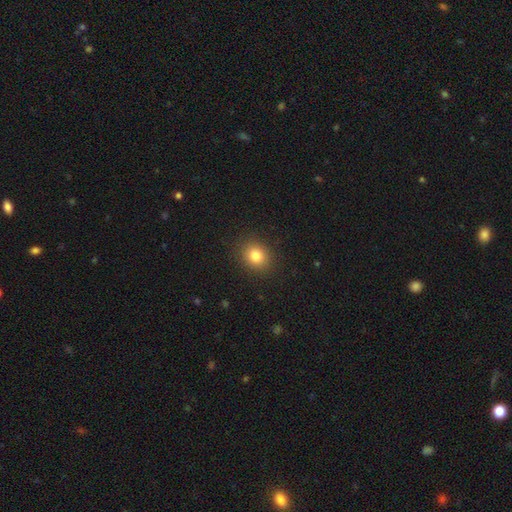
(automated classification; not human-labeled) Smooth or featured? smooth (82%)
How rounded? round (69%)
Merging? none (89%)